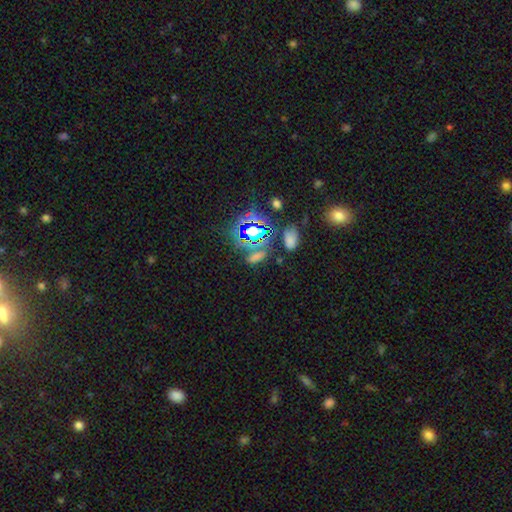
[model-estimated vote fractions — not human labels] Smooth or featured?
  - star or artifact: 67% *
  - smooth: 23%
  - featured or disk: 11%